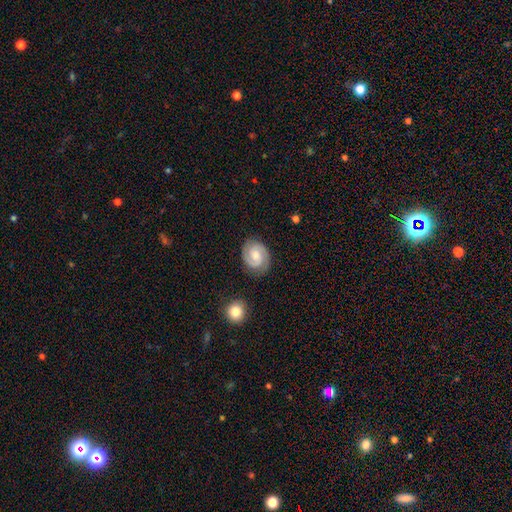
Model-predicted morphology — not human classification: Smooth or featured: featured or disk — 79% (smooth — 15%)
Edge-on disk: no — 98% (yes — 2%)
Bar: no — 48% (weak — 43%)
Spiral arms: yes — 97% (no — 3%)
Spiral winding: tight — 56% (medium — 37%)
Spiral arm count: 2 — 90% (can't tell — 4%)
Bulge size: moderate — 57% (small — 29%)
Merging: none — 84% (minor disturbance — 11%)